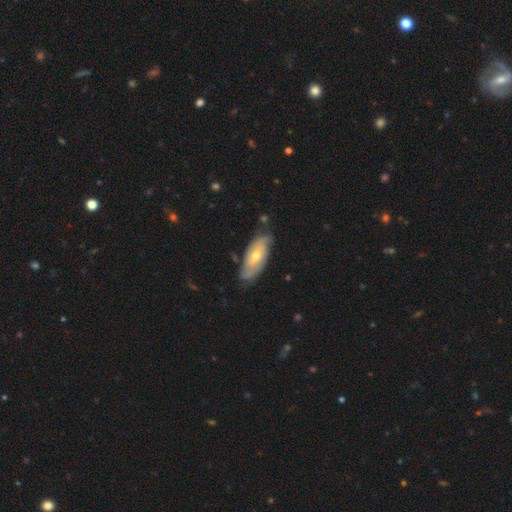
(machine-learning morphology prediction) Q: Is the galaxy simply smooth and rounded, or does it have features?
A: featured or disk — 64%.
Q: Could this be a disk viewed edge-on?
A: no — 84%.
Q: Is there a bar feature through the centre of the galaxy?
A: no — 69%.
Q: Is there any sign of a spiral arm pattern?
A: yes — 82%.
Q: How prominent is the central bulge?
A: moderate — 50%.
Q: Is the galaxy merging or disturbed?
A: none — 73%.